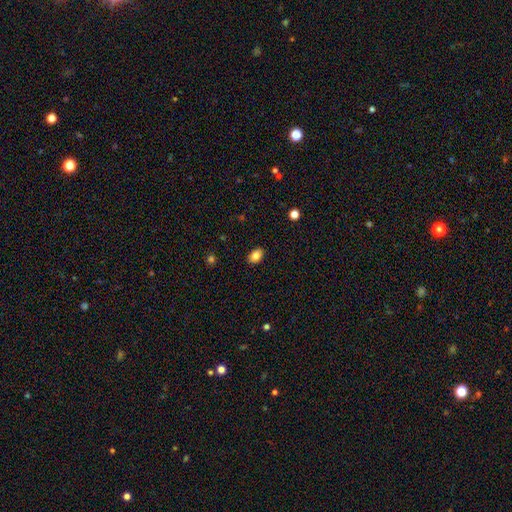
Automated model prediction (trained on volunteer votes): smooth_or_featured: smooth (p=0.84) [alt: star or artifact p=0.09]
how_rounded: in between (p=0.84) [alt: round p=0.14]
merging: none (p=0.89) [alt: minor disturbance p=0.08]